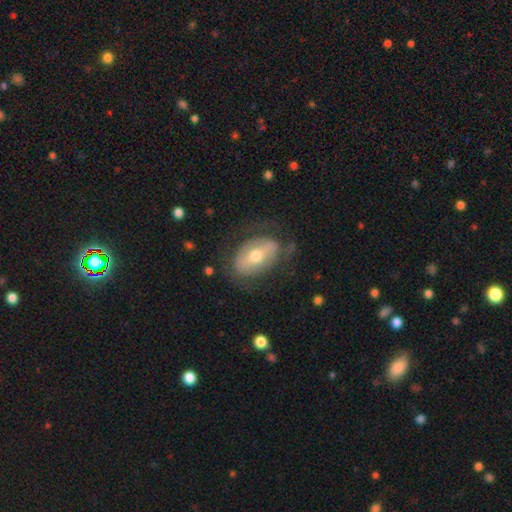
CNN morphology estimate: type=featured or disk (55%); edge-on=no (90%); merging=none (64%).